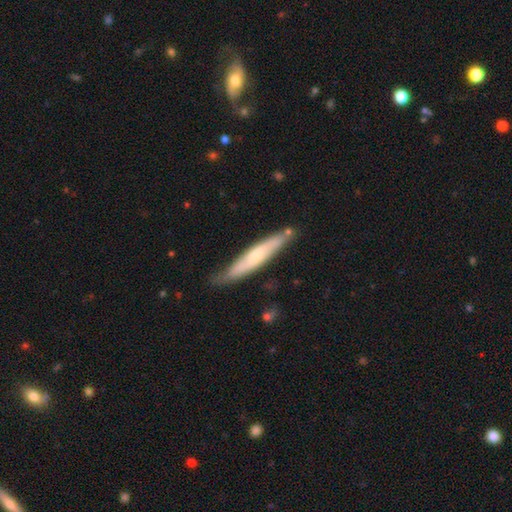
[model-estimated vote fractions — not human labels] Q: Smooth or featured?
A: smooth (49%); runner-up: featured or disk (45%)
Q: Merging?
A: none (72%); runner-up: minor disturbance (21%)